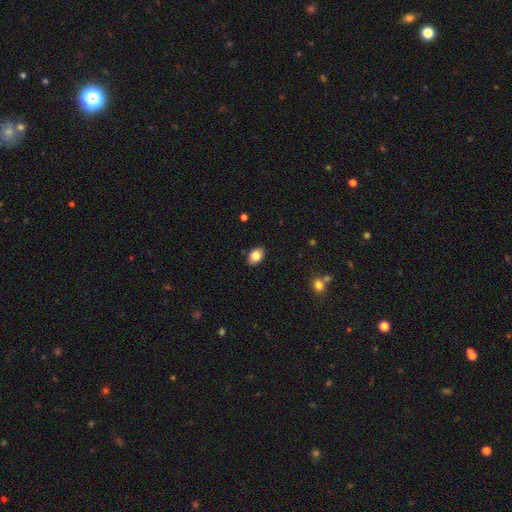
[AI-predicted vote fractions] Smooth or featured?
  - smooth: 84% *
  - star or artifact: 8%
  - featured or disk: 8%
How rounded?
  - in between: 81% *
  - round: 18%
  - cigar-shaped: 1%
Merging?
  - none: 88% *
  - minor disturbance: 9%
  - major disturbance: 2%
  - merger: 1%